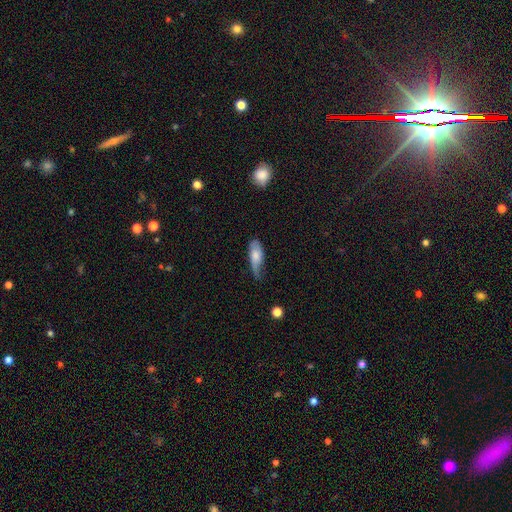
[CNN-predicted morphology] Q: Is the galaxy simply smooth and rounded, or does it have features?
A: smooth — 63%.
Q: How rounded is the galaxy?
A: in between — 71%.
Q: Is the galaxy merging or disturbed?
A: minor disturbance — 44%.